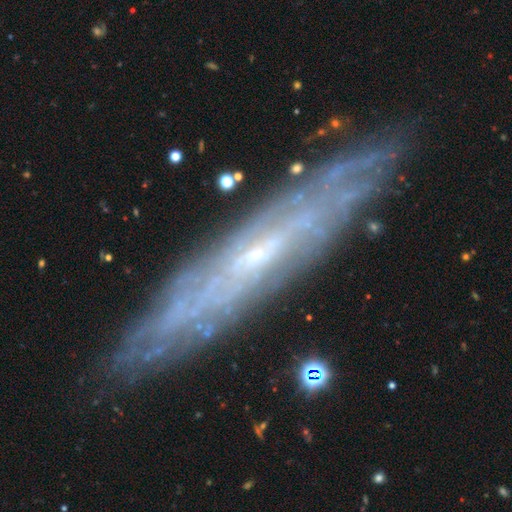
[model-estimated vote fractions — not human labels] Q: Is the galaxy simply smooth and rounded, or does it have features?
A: featured or disk — 78%.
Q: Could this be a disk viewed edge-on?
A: no — 53%.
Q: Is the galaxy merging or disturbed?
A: none — 86%.